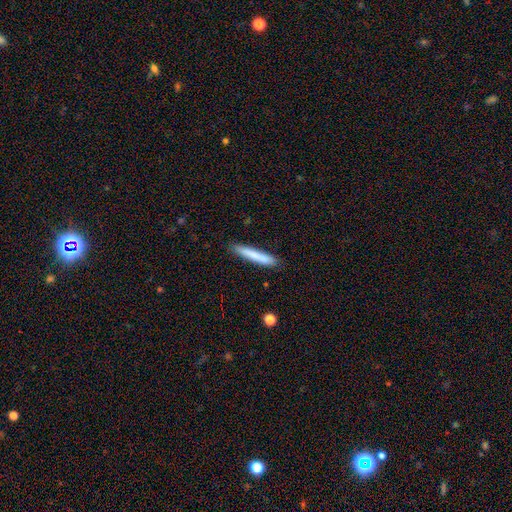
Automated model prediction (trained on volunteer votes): Smooth or featured? Predicted: smooth (p=0.78). How rounded? Predicted: cigar-shaped (p=0.95). Merging? Predicted: none (p=0.88).